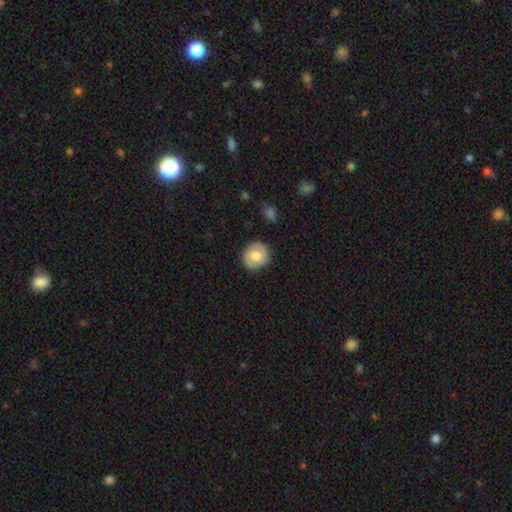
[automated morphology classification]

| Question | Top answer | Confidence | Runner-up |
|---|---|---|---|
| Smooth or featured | smooth | 72% | featured or disk (21%) |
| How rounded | round | 85% | in between (14%) |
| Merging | none | 85% | minor disturbance (11%) |